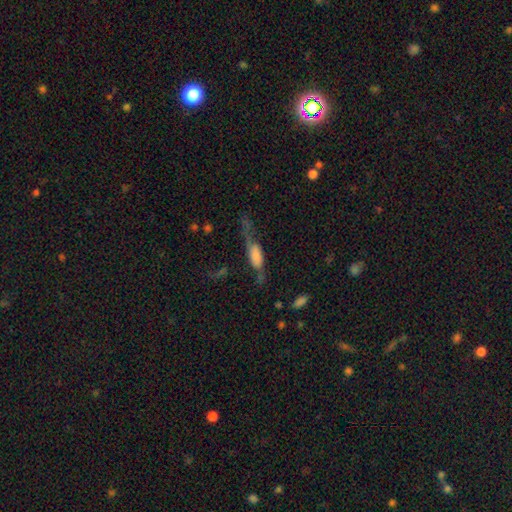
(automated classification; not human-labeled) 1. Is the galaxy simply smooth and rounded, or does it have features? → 46% featured or disk (tied), 46% smooth (tied), 8% star or artifact.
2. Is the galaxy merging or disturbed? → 38% major disturbance, 35% none, 22% minor disturbance, 6% merger.